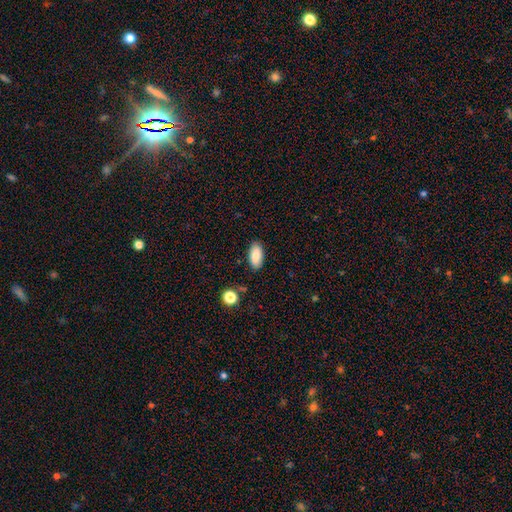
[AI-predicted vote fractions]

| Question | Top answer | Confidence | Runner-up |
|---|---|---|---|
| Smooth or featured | smooth | 82% | featured or disk (11%) |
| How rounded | in between | 89% | cigar-shaped (8%) |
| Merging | none | 86% | minor disturbance (10%) |